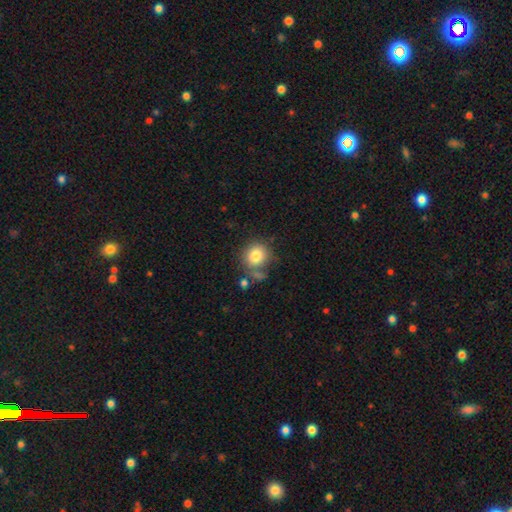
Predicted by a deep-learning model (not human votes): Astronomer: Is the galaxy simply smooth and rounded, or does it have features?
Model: smooth — 81%.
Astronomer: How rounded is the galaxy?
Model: round — 84%.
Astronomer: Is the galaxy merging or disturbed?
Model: none — 64%.